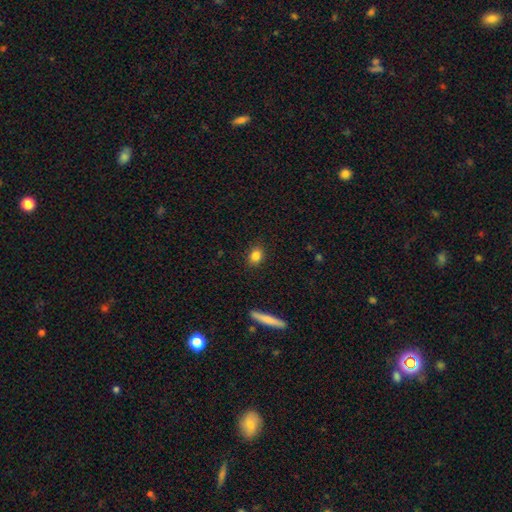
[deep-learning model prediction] Q: Smooth or featured?
A: smooth (83%); runner-up: star or artifact (10%)
Q: How rounded?
A: in between (51%); runner-up: round (46%)
Q: Merging?
A: none (89%); runner-up: minor disturbance (8%)